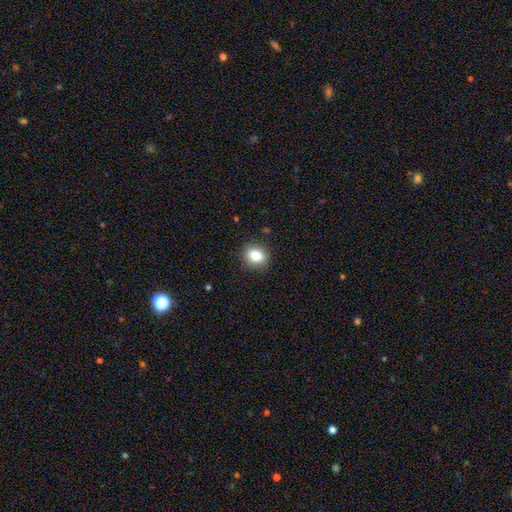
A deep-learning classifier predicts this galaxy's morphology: This is clearly a smooth galaxy (82%). How rounded: likely round (66%). Merging: clearly none (89%).